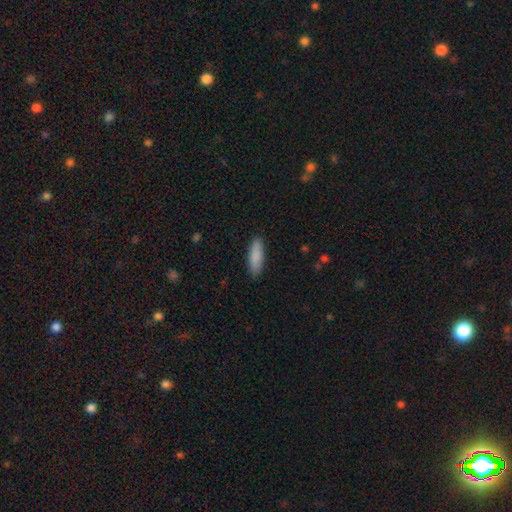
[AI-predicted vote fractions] A smooth galaxy with no disk features (88%) that is in between round and cigar-shaped (50%).

Vote fractions:
- Smooth or featured? smooth: 88% / featured or disk: 7% / star or artifact: 6%
- How rounded? in between: 50% / cigar-shaped: 49% / round: 2%
- Merging? none: 87% / minor disturbance: 10% / major disturbance: 2% / merger: 1%